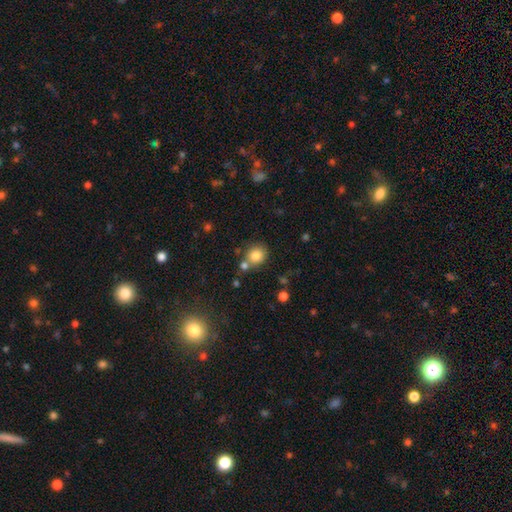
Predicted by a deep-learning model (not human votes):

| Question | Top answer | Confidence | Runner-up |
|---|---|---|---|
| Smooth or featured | smooth | 83% | star or artifact (10%) |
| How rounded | round | 80% | in between (19%) |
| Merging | none | 65% | merger (19%) |